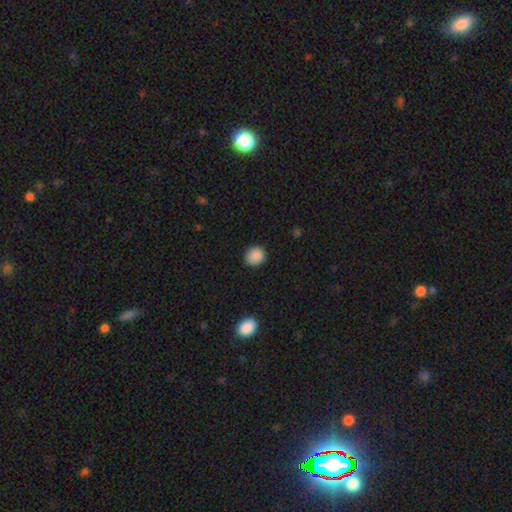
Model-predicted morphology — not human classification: Smooth or featured?
  - smooth: 88% *
  - star or artifact: 9%
  - featured or disk: 3%
How rounded?
  - round: 83% *
  - in between: 16%
  - cigar-shaped: 1%
Merging?
  - none: 88% *
  - minor disturbance: 9%
  - major disturbance: 2%
  - merger: 1%